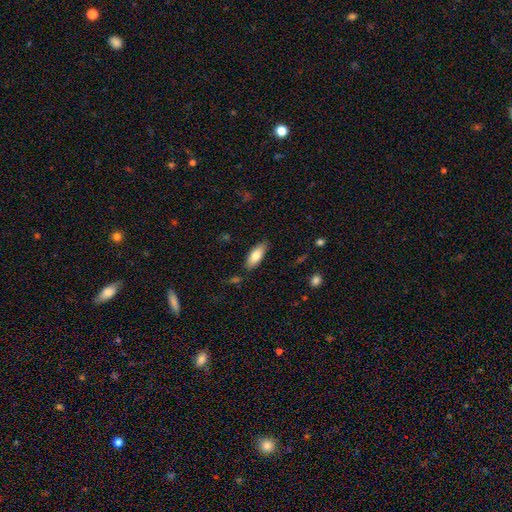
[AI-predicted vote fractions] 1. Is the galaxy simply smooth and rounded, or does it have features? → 80% smooth, 13% featured or disk, 6% star or artifact.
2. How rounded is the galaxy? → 77% in between, 22% cigar-shaped, 2% round.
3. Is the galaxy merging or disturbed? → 84% none, 12% minor disturbance, 2% major disturbance, 2% merger.